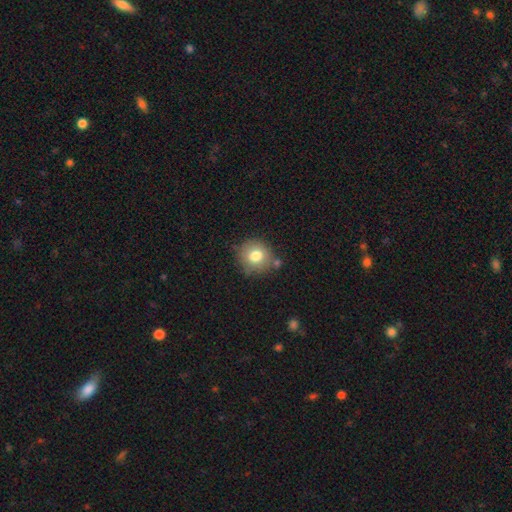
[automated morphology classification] smooth_or_featured: smooth (p=0.78) [alt: featured or disk p=0.12]
how_rounded: round (p=0.88) [alt: in between p=0.11]
merging: none (p=0.74) [alt: minor disturbance p=0.15]